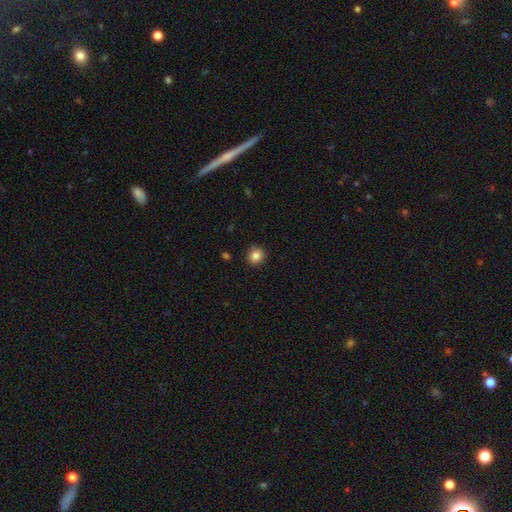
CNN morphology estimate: Smooth or featured: smooth — 85% (star or artifact — 10%)
How rounded: round — 86% (in between — 13%)
Merging: none — 90% (minor disturbance — 7%)